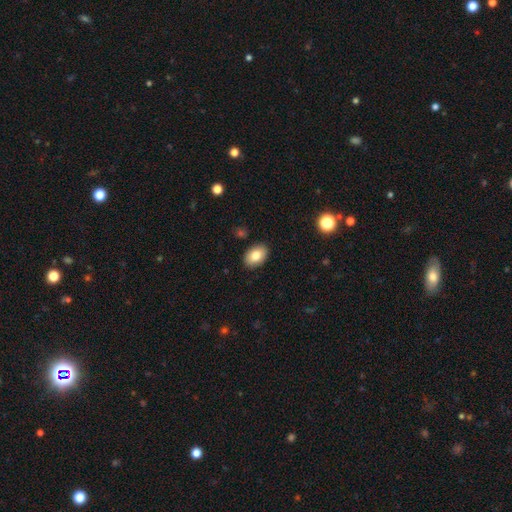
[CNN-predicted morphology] This is clearly a smooth galaxy (83%). How rounded: clearly in between (87%). Merging: clearly none (89%).